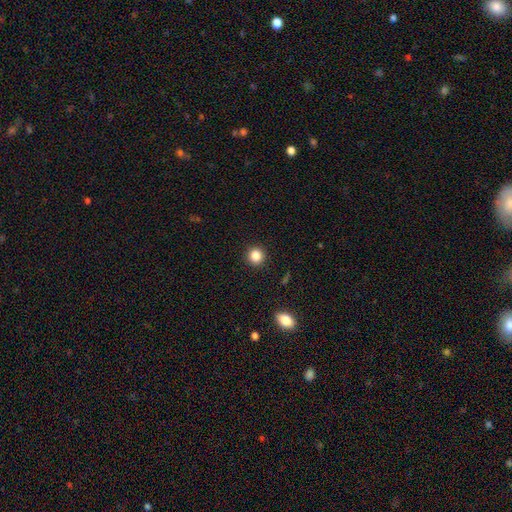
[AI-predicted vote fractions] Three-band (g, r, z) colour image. It shows a smooth galaxy with no disk features (85%) that is round (92%). Merging: none (92%).